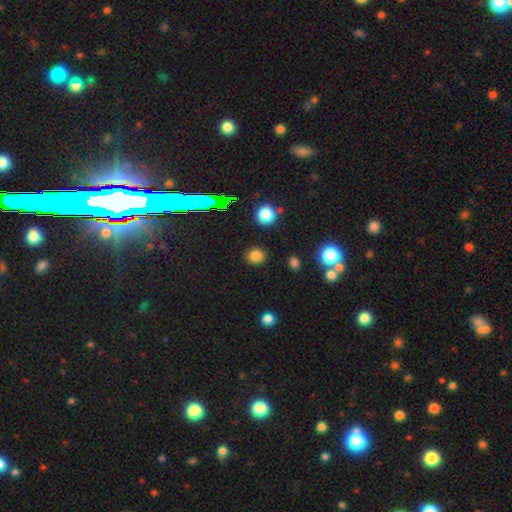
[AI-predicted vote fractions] A smooth galaxy with no disk features (78%) that is round (78%). Merging: none (88%).